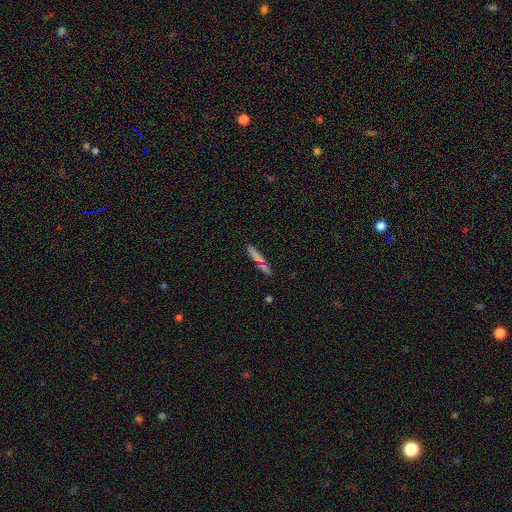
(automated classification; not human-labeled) This appears to be a smooth galaxy with no disk features (45%). Merging: none (76%).